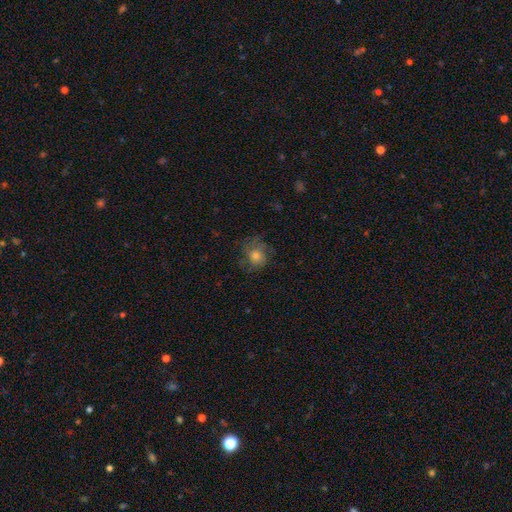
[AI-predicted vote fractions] A smooth galaxy with no disk features (62%) that is round (77%).

Vote fractions:
- Smooth or featured? smooth: 62% / featured or disk: 23% / star or artifact: 15%
- How rounded? round: 77% / in between: 22% / cigar-shaped: 1%
- Merging? none: 65% / minor disturbance: 20% / major disturbance: 13% / merger: 1%